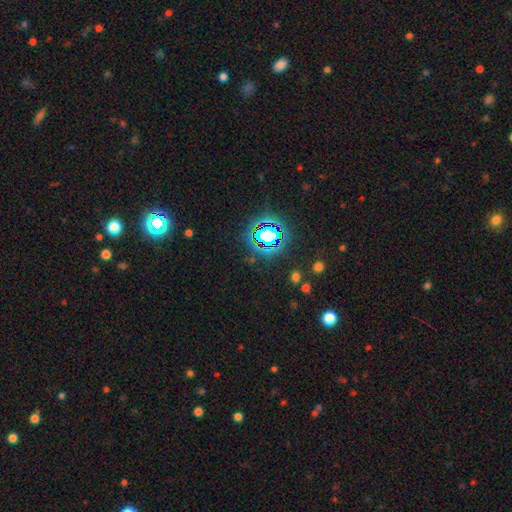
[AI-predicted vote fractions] Morphology: type=star or artifact (81%).